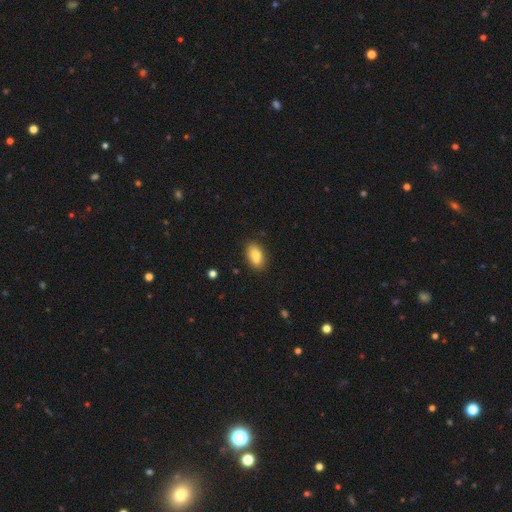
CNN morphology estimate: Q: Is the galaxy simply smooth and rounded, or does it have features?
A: smooth — 80%.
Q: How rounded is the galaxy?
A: in between — 90%.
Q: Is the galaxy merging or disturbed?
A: none — 73%.